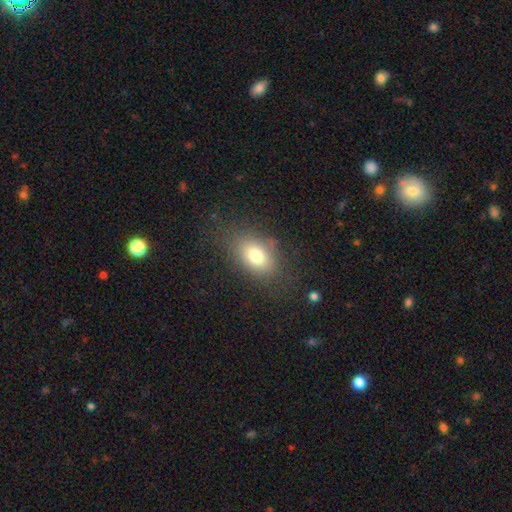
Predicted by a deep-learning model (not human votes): Overall: smooth (75%). How rounded: in between (77%). Merging: none (75%).